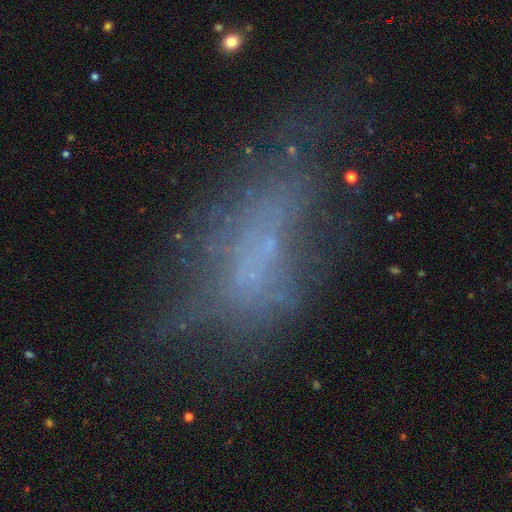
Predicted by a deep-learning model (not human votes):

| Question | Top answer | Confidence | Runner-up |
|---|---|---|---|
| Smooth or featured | featured or disk | 39% | smooth (38%) |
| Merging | none | 38% | major disturbance (33%) |